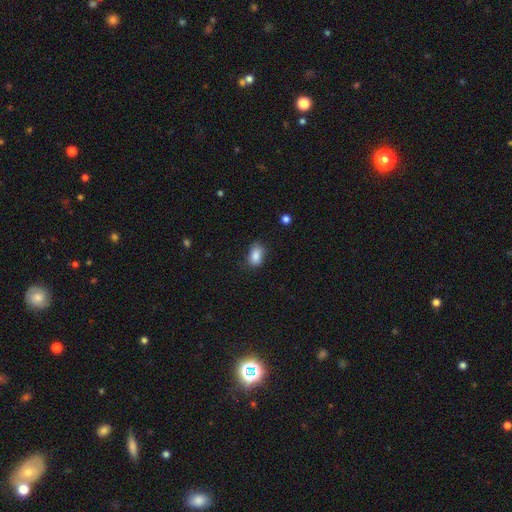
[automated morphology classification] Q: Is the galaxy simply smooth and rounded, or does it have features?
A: smooth — 85%.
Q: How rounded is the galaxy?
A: in between — 85%.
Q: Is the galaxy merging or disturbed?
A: none — 72%.